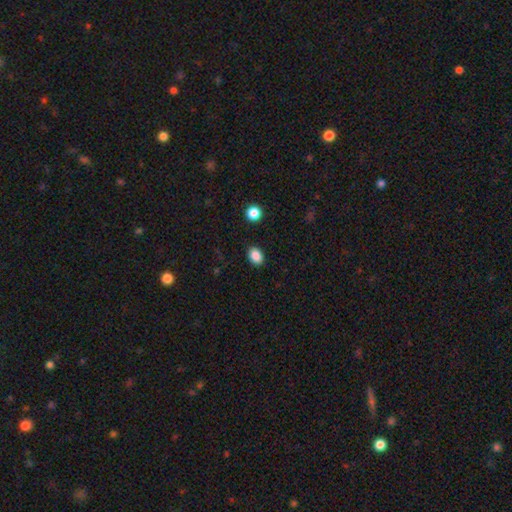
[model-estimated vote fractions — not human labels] smooth 87%, star or artifact 9%, featured or disk 3%. Down the decision tree: how rounded — in between (71%); merging — none (89%).